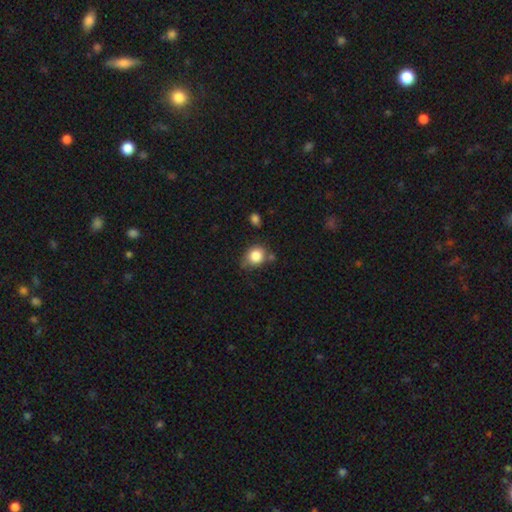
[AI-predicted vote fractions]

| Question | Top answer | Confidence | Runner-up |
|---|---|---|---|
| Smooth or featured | smooth | 84% | star or artifact (10%) |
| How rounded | round | 71% | in between (28%) |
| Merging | none | 64% | minor disturbance (23%) |